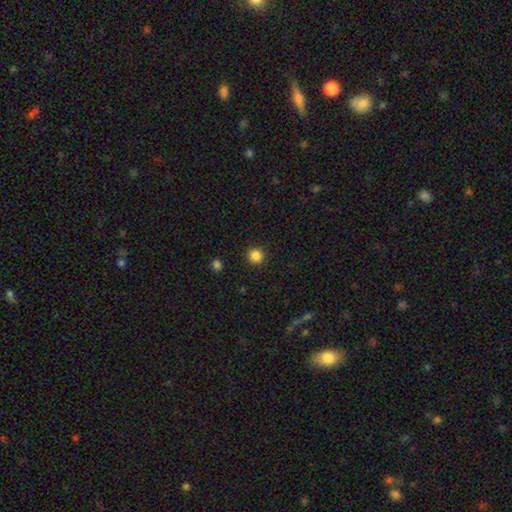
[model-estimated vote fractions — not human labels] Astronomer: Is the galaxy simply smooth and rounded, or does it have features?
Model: smooth — 86%.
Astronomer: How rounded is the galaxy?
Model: round — 95%.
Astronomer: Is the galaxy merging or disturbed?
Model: none — 92%.